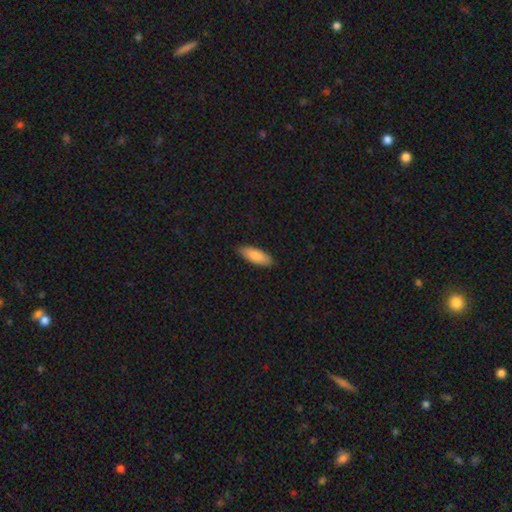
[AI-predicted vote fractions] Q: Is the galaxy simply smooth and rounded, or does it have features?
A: smooth — 86%.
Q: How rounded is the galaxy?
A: in between — 66%.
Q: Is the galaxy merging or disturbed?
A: none — 87%.